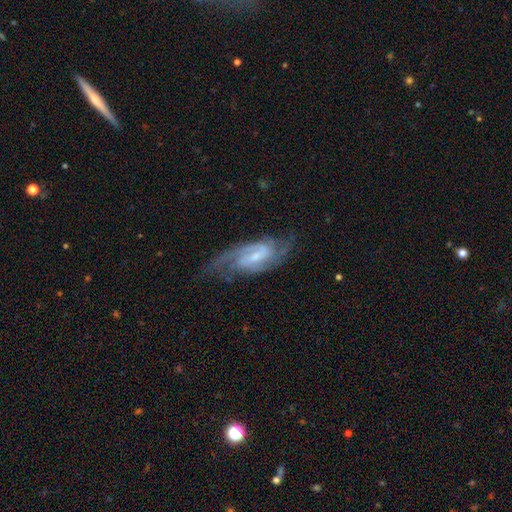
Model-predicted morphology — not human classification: Smooth or featured?
  - featured or disk: 88% *
  - smooth: 7%
  - star or artifact: 5%
Edge-on disk?
  - no: 95% *
  - yes: 5%
Bar?
  - weak: 54% *
  - strong: 28%
  - no: 18%
Spiral arms?
  - yes: 97% *
  - no: 3%
Spiral winding?
  - medium: 51% *
  - tight: 30%
  - loose: 18%
Spiral arm count?
  - 2: 71% *
  - can't tell: 11%
  - 3: 10%
  - 1: 3%
  - 4: 3%
  - more than 4: 2%
Bulge size?
  - small: 56% *
  - moderate: 34%
  - none: 7%
  - large: 3%
  - dominant: 1%
Merging?
  - none: 70% *
  - minor disturbance: 19%
  - major disturbance: 10%
  - merger: 2%